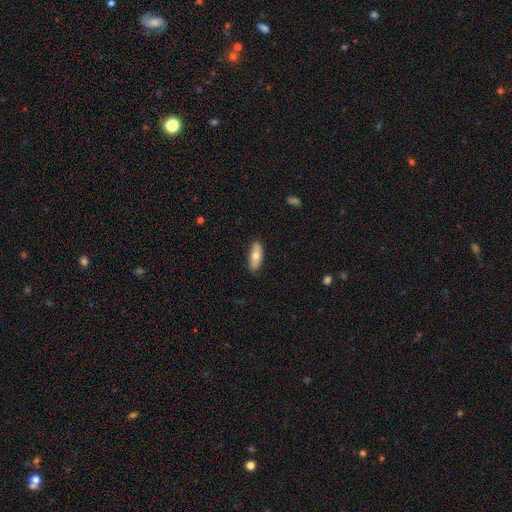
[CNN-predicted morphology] Smooth or featured: smooth — 70% (featured or disk — 24%)
How rounded: in between — 77% (cigar-shaped — 21%)
Merging: none — 85% (minor disturbance — 12%)